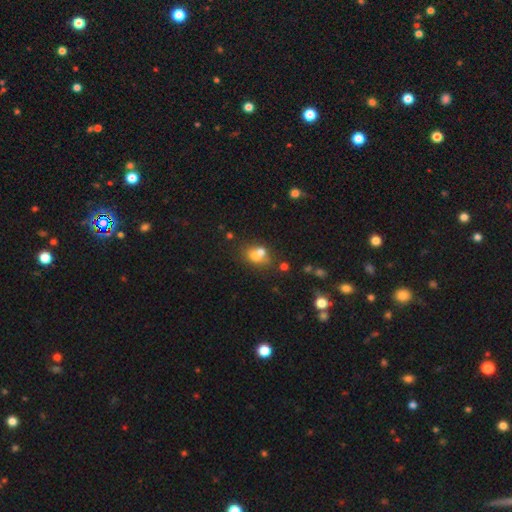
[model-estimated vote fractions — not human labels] This appears to be a smooth galaxy with no disk features (63%) that is round (56%). Merging: merger (53%).